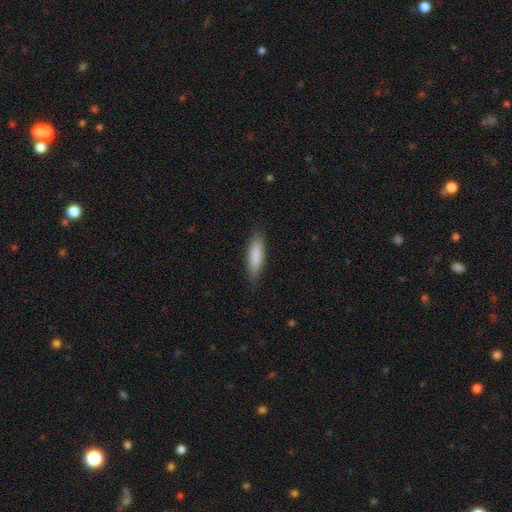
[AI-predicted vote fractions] smooth-or-featured: smooth: 87% | featured or disk: 8% | star or artifact: 5%
  how-rounded: cigar-shaped: 56% | in between: 42% | round: 1%
  merging: none: 86% | minor disturbance: 11% | major disturbance: 2% | merger: 1%